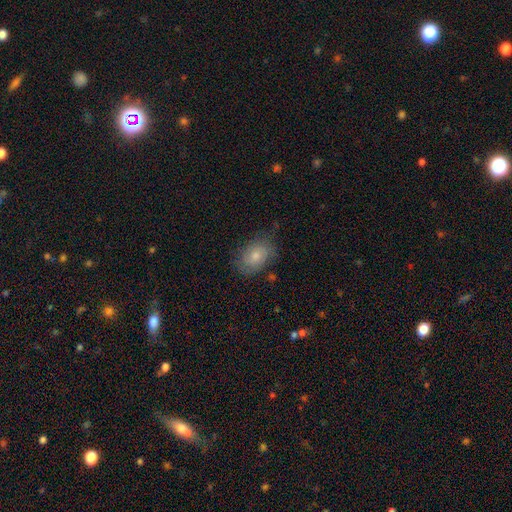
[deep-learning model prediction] A smooth galaxy with no disk features (70%) that is in between round and cigar-shaped (80%).

Vote fractions:
- Smooth or featured? smooth: 70% / featured or disk: 22% / star or artifact: 8%
- How rounded? in between: 80% / round: 18% / cigar-shaped: 1%
- Merging? none: 72% / minor disturbance: 21% / major disturbance: 6% / merger: 2%